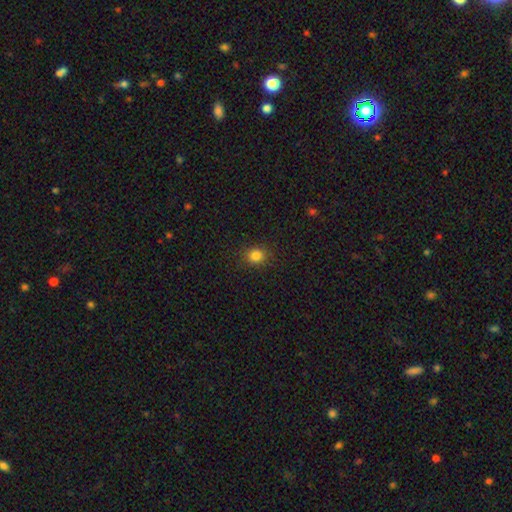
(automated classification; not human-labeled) Smooth or featured? smooth (83%)
How rounded? round (76%)
Merging? none (88%)